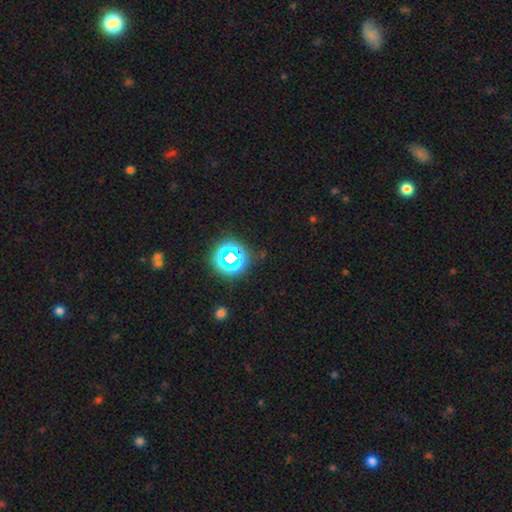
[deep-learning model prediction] The model was most divided on "smooth or featured": star or artifact: 70%, smooth: 21%, featured or disk: 9%.